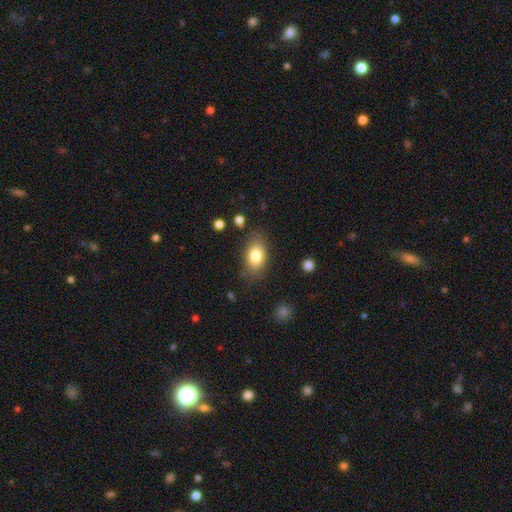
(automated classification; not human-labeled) Smooth or featured: smooth — 81% (featured or disk — 11%)
How rounded: in between — 87% (round — 10%)
Merging: none — 79% (minor disturbance — 15%)